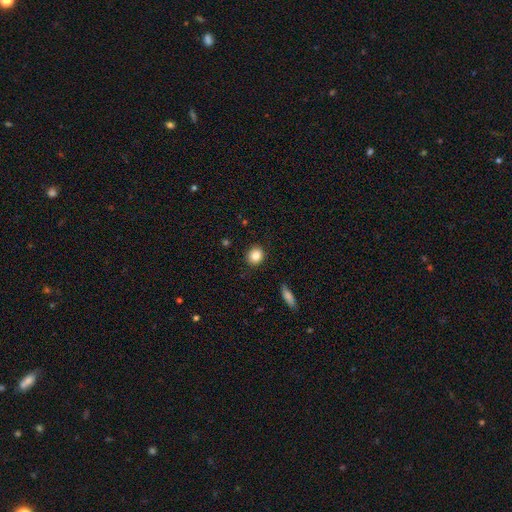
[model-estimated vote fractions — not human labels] smooth 85%, star or artifact 9%, featured or disk 6%. Down the decision tree: how rounded — round (80%); merging — none (90%).